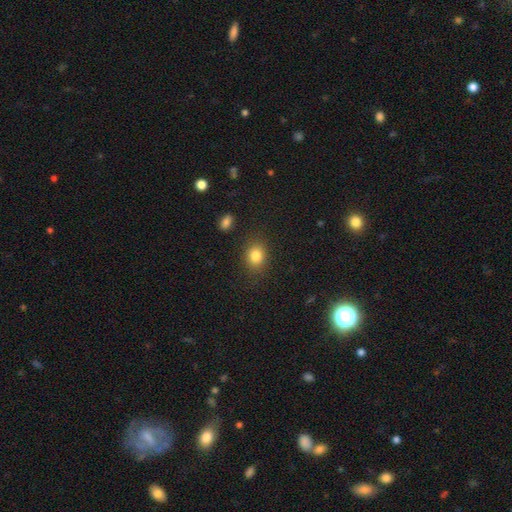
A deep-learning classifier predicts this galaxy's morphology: A smooth galaxy with no disk features (83%) that is round (51%). Merging: none (83%).